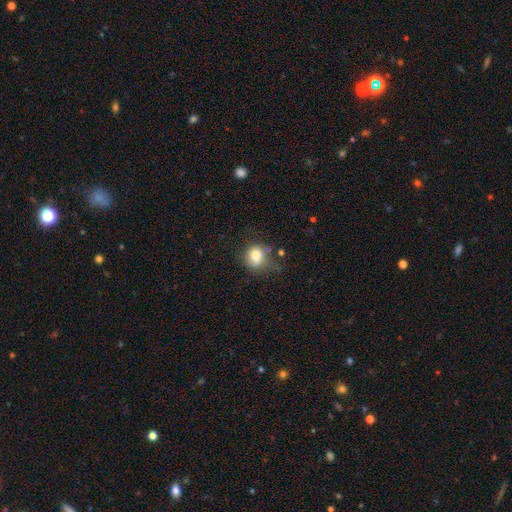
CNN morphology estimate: Smooth or featured: smooth — 79% (featured or disk — 11%)
How rounded: round — 71% (in between — 28%)
Merging: none — 51% (minor disturbance — 28%)